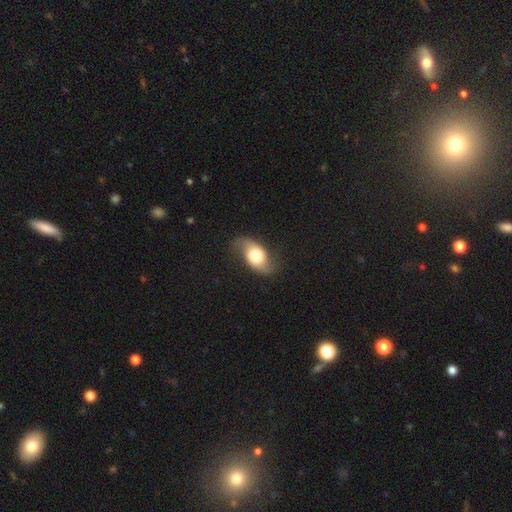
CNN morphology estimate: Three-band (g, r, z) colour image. It shows a featured or disk galaxy (54%). Merging: none (72%).